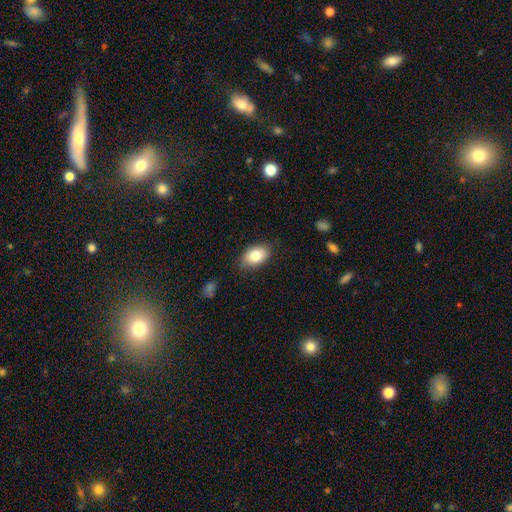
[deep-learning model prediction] Q: Smooth or featured?
A: smooth (81%); runner-up: featured or disk (12%)
Q: How rounded?
A: in between (86%); runner-up: round (12%)
Q: Merging?
A: none (81%); runner-up: minor disturbance (15%)